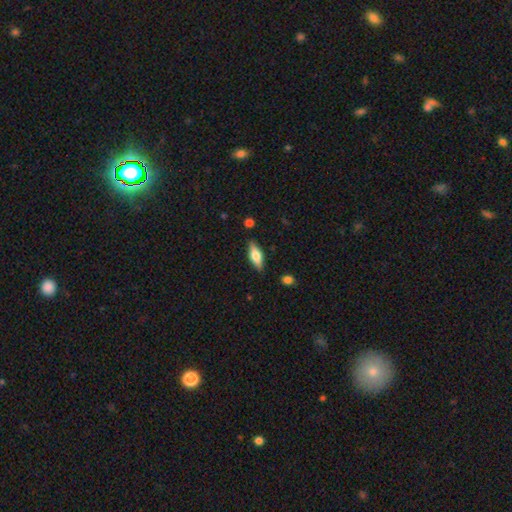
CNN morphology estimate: smooth-or-featured: smooth: 58% | featured or disk: 35% | star or artifact: 7%
  how-rounded: in between: 68% | cigar-shaped: 29% | round: 3%
  merging: none: 85% | minor disturbance: 11% | major disturbance: 2% | merger: 2%